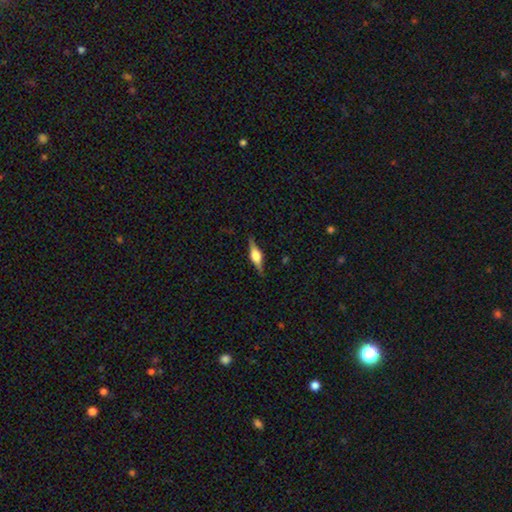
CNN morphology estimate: A featured or disk galaxy (71%) viewed edge-on (97%) with a rounded central bulge (87%). Merging: none (87%).